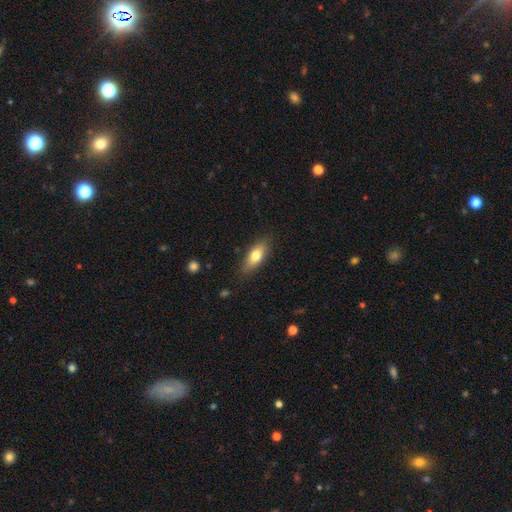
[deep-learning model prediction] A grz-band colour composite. It shows a smooth galaxy with no disk features (72%) that is in between round and cigar-shaped (69%). Merging: none (82%).